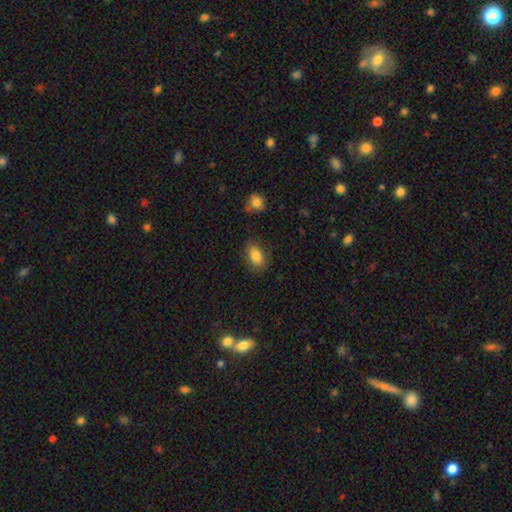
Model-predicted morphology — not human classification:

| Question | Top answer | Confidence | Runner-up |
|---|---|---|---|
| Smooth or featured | smooth | 84% | star or artifact (8%) |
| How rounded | in between | 87% | round (11%) |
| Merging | none | 82% | minor disturbance (13%) |